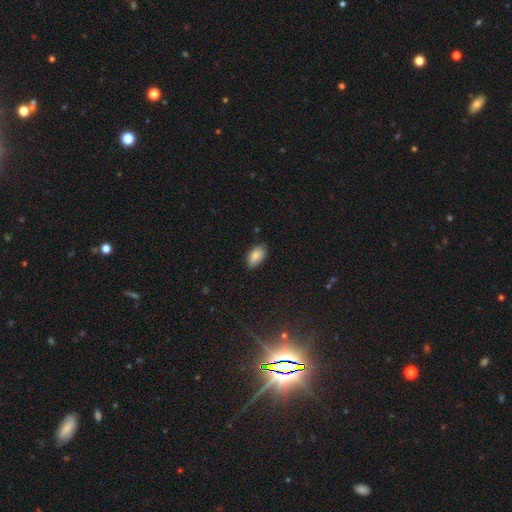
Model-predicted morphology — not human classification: Smooth or featured: smooth — 86% (star or artifact — 8%)
How rounded: in between — 94% (round — 4%)
Merging: none — 79% (minor disturbance — 17%)